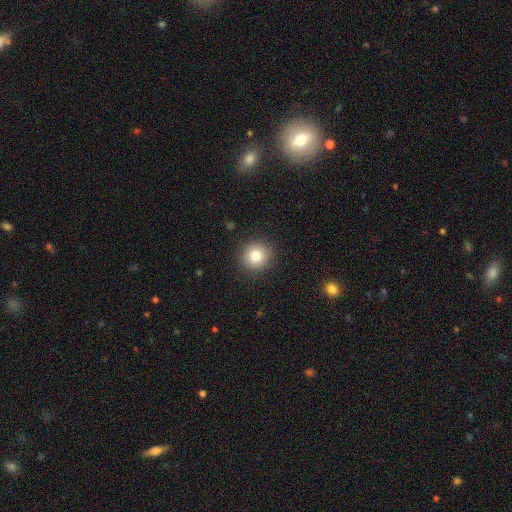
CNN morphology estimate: The model was most divided on "smooth or featured": smooth: 82%, star or artifact: 11%, featured or disk: 8%. More confident: how rounded — round (92%); merging — none (90%).